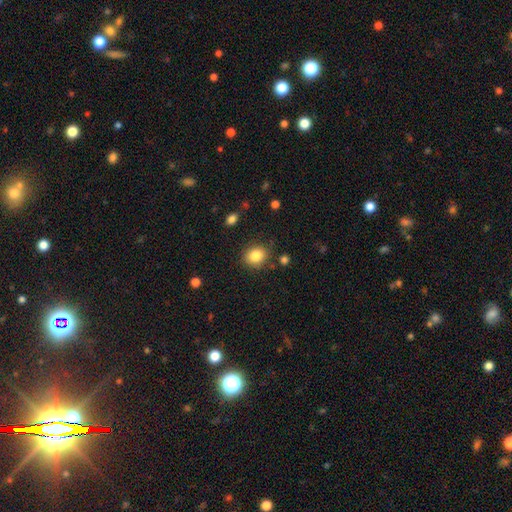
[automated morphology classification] Smooth or featured? Predicted: smooth (p=0.84). How rounded? Predicted: round (p=0.66). Merging? Predicted: none (p=0.84).